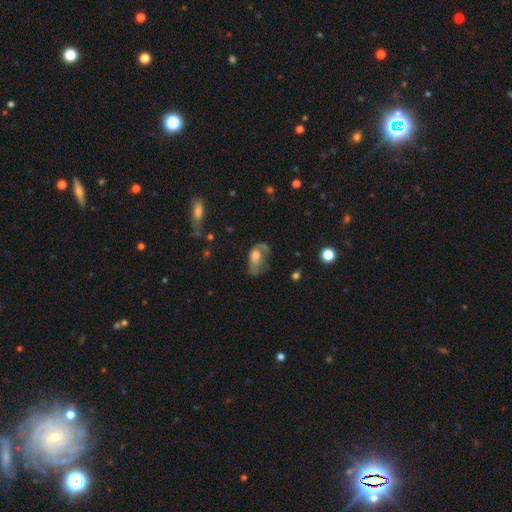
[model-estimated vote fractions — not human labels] smooth-or-featured: featured or disk: 46% | smooth: 44% | star or artifact: 9%
  merging: major disturbance: 42% | none: 29% | minor disturbance: 25% | merger: 4%